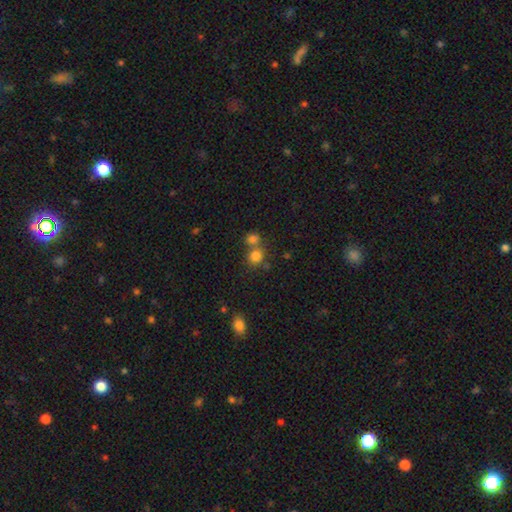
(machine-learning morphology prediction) smooth_or_featured: smooth (p=0.78) [alt: star or artifact p=0.14]
how_rounded: round (p=0.83) [alt: in between p=0.16]
merging: none (p=0.54) [alt: merger p=0.35]